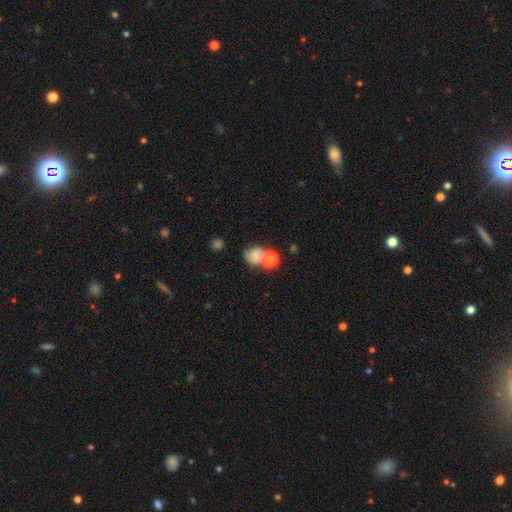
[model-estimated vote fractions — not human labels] Smooth or featured: smooth — 66% (featured or disk — 21%)
How rounded: round — 63% (in between — 36%)
Merging: merger — 42% (none — 34%)